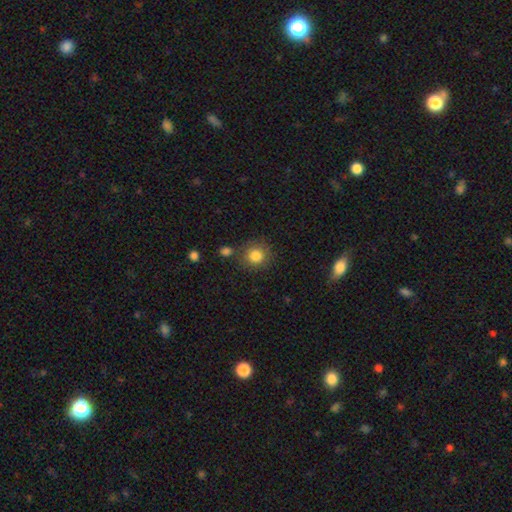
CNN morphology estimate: This is clearly a smooth galaxy (83%). How rounded: clearly round (90%). Merging: likely none (79%).